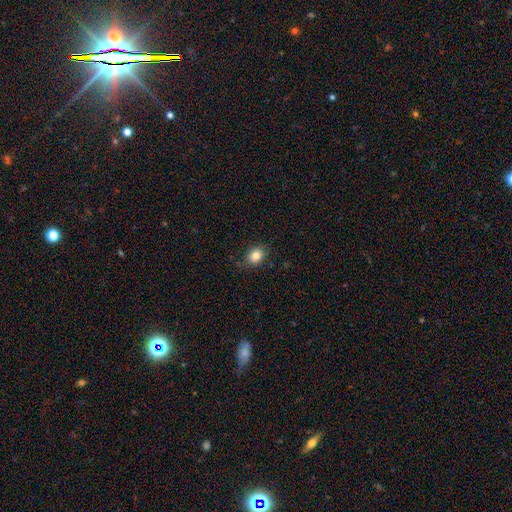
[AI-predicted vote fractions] This appears to be a smooth galaxy with no disk features (83%) that is in between round and cigar-shaped (50%). Merging: none (81%).